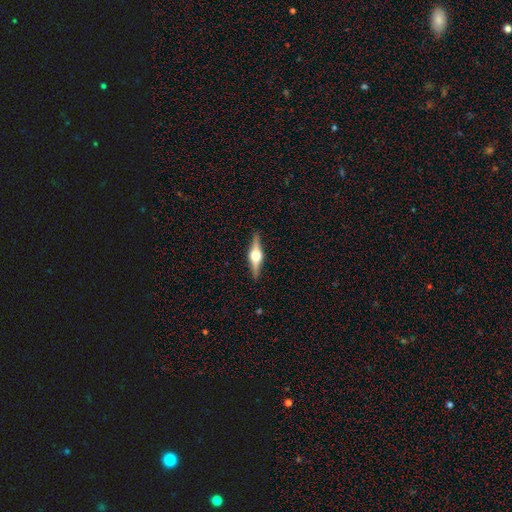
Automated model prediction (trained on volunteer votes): smooth-or-featured: featured or disk: 80% | smooth: 15% | star or artifact: 6%
  disk-edge-on: yes: 98% | no: 2%
    edge-on-bulge: rounded: 95% | boxy: 4% | none: 1%
  merging: none: 91% | minor disturbance: 7% | major disturbance: 2% | merger: 1%